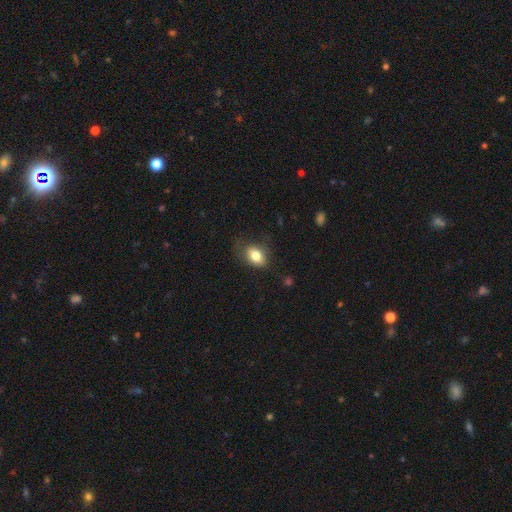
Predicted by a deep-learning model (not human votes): Overall: smooth (80%). How rounded: in between (79%). Merging: none (66%).